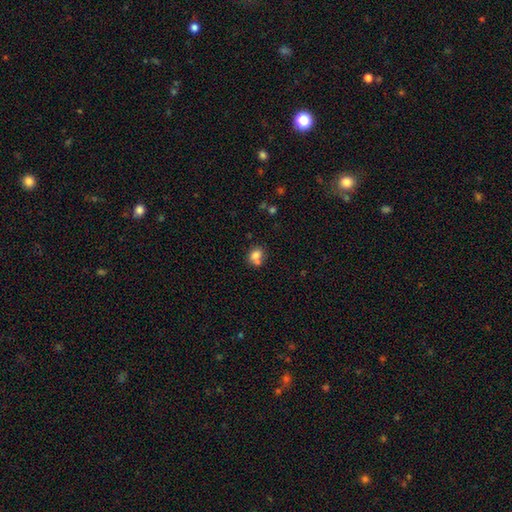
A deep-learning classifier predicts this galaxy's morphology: This is likely a smooth galaxy (78%). How rounded: possibly round (57%). Merging: marginally none (44%).